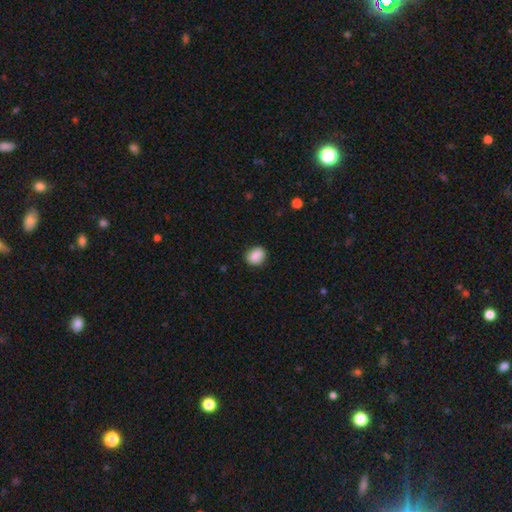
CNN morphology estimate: Smooth or featured: smooth — 87% (star or artifact — 8%)
How rounded: round — 52% (in between — 47%)
Merging: none — 85% (minor disturbance — 11%)